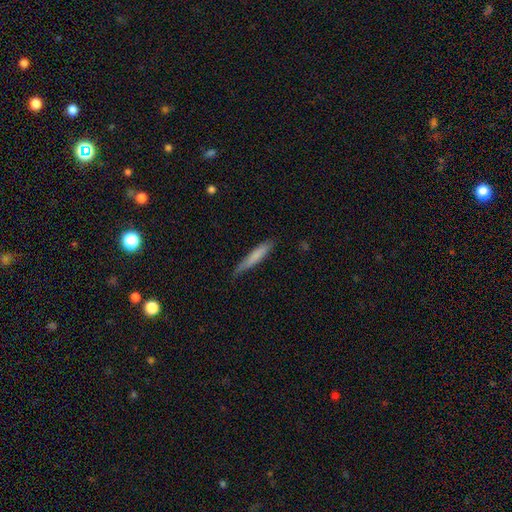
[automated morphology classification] Smooth or featured? smooth (73%)
How rounded? cigar-shaped (91%)
Merging? none (70%)